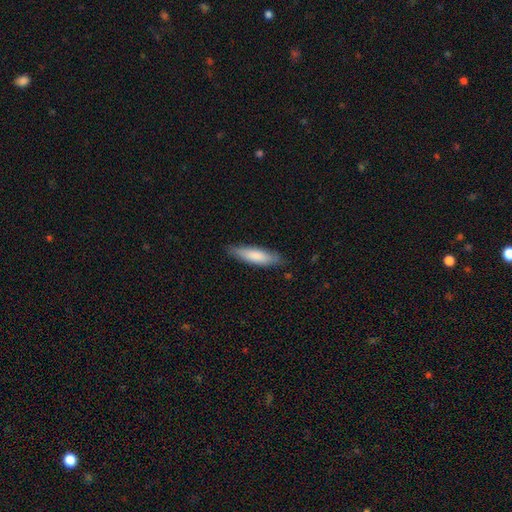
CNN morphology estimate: Smooth or featured? smooth (80%)
How rounded? cigar-shaped (66%)
Merging? none (83%)